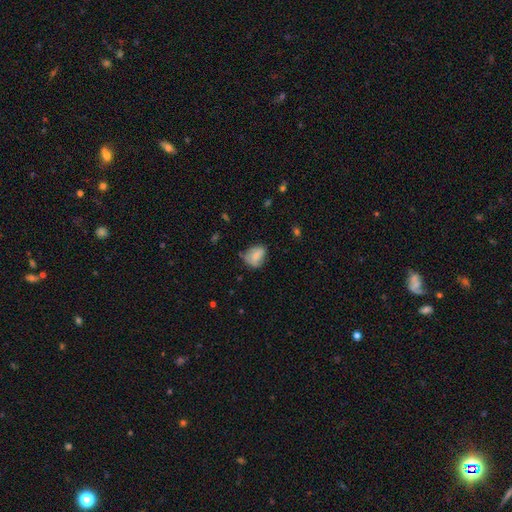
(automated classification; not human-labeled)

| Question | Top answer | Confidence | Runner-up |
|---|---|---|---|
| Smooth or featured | smooth | 71% | featured or disk (21%) |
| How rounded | in between | 66% | round (33%) |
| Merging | none | 50% | minor disturbance (36%) |